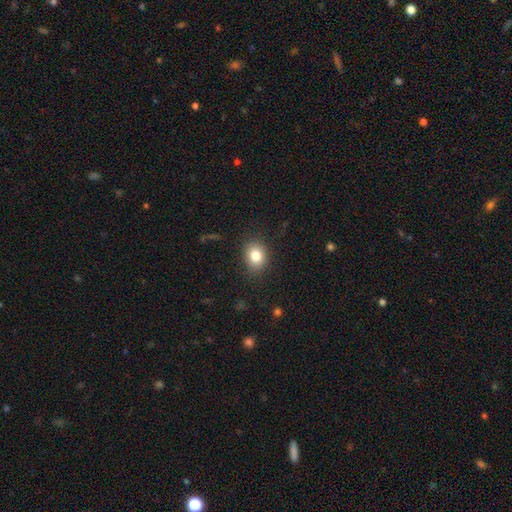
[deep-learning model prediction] Smooth or featured?
  - smooth: 81% *
  - star or artifact: 11%
  - featured or disk: 8%
How rounded?
  - round: 55% *
  - in between: 44%
  - cigar-shaped: 1%
Merging?
  - none: 86% *
  - minor disturbance: 10%
  - major disturbance: 3%
  - merger: 1%